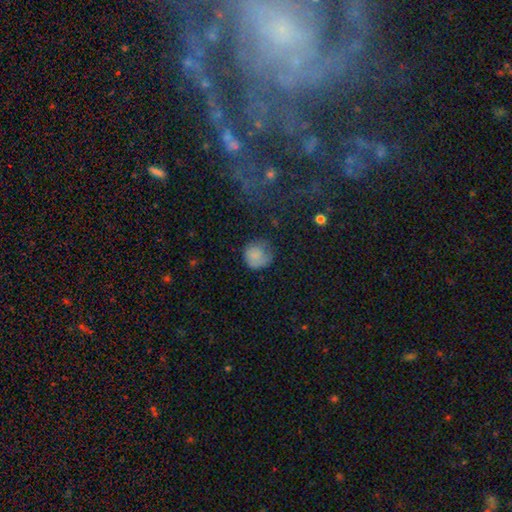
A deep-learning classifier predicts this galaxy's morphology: The model was most divided on "merging": none: 56%, minor disturbance: 28%, major disturbance: 14%, merger: 2%. More confident: how rounded — round (87%); smooth or featured — smooth (77%).